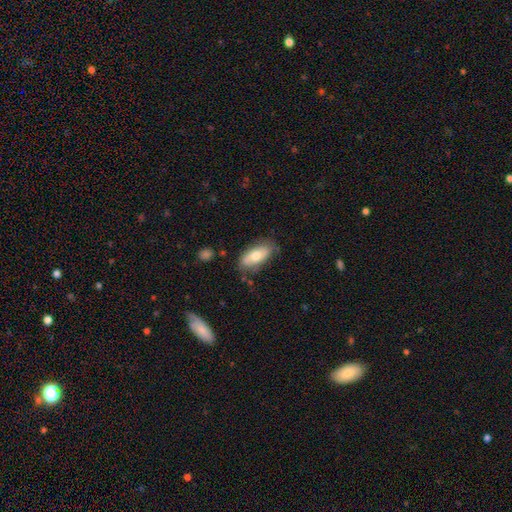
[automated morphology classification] This appears to be a smooth galaxy with no disk features (66%) that is in between round and cigar-shaped (90%). Merging: none (73%).